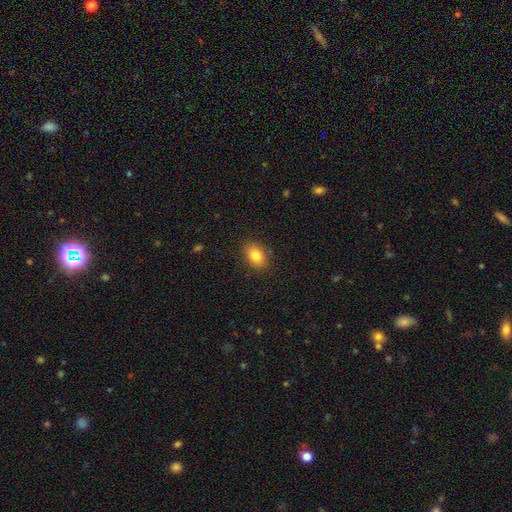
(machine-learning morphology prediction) This is clearly a smooth galaxy (84%). How rounded: likely in between (78%). Merging: clearly none (86%).